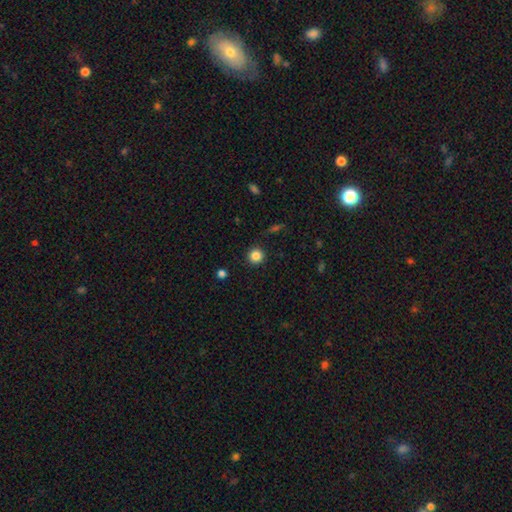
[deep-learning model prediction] This is clearly a smooth galaxy (85%). How rounded: clearly round (95%). Merging: clearly none (92%).